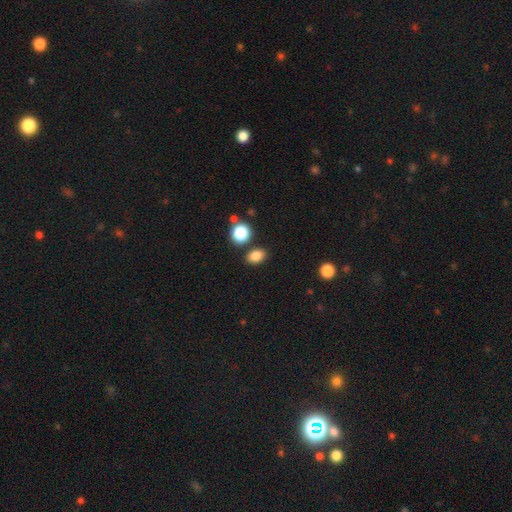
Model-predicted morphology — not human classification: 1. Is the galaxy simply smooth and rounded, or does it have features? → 83% smooth, 12% star or artifact, 5% featured or disk.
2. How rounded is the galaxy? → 69% in between, 30% round, 1% cigar-shaped.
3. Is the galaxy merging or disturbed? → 81% none, 9% minor disturbance, 7% merger, 3% major disturbance.